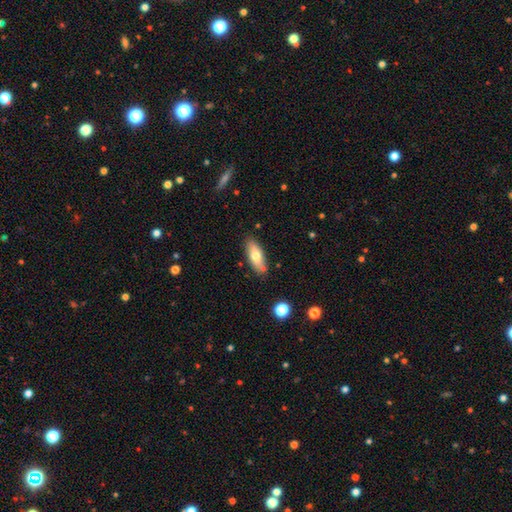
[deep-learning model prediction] Smooth or featured? smooth (70%)
How rounded? in between (73%)
Merging? none (79%)